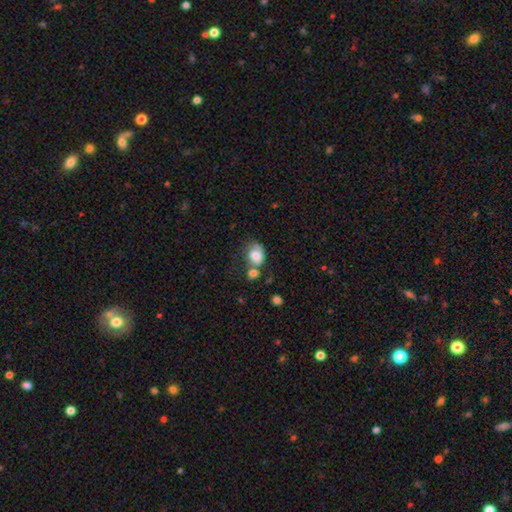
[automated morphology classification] Smooth or featured?
  - smooth: 71% *
  - featured or disk: 20%
  - star or artifact: 8%
How rounded?
  - in between: 64% *
  - round: 35%
  - cigar-shaped: 1%
Merging?
  - merger: 33% *
  - none: 30%
  - minor disturbance: 23%
  - major disturbance: 14%